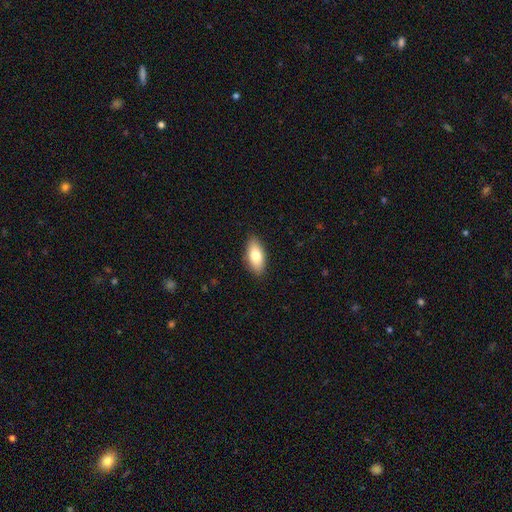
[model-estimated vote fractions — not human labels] Smooth or featured? Predicted: smooth (p=0.79). How rounded? Predicted: in between (p=0.88). Merging? Predicted: none (p=0.88).